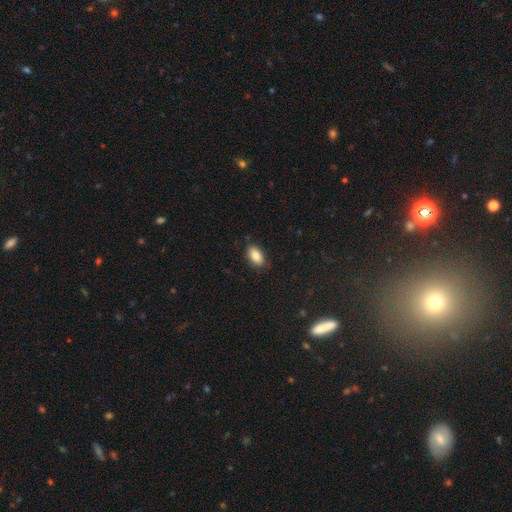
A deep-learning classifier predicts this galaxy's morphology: This is clearly a smooth galaxy (85%). How rounded: clearly in between (92%). Merging: clearly none (85%).